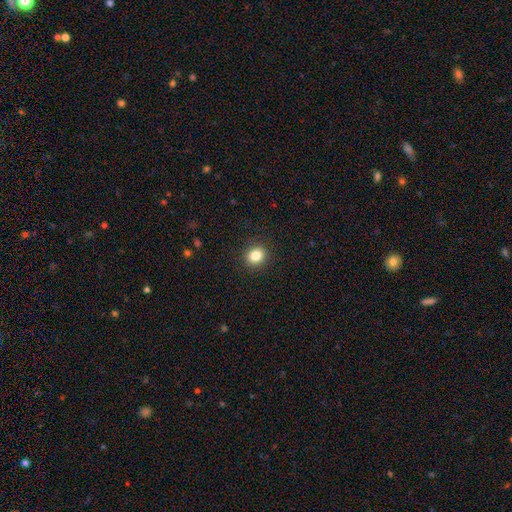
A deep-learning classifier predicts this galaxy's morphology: smooth_or_featured: smooth (p=0.84) [alt: star or artifact p=0.11]
how_rounded: round (p=0.78) [alt: in between p=0.21]
merging: none (p=0.91) [alt: minor disturbance p=0.06]